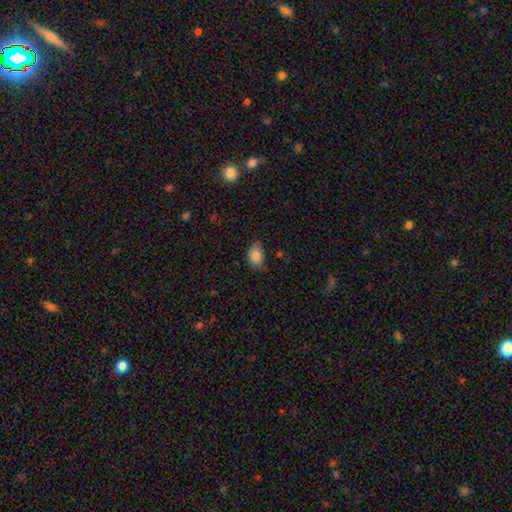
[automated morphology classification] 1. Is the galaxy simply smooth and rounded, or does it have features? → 85% smooth, 8% star or artifact, 6% featured or disk.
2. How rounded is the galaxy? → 76% in between, 23% round, 1% cigar-shaped.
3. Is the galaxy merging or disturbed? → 63% none, 30% minor disturbance, 5% major disturbance, 2% merger.